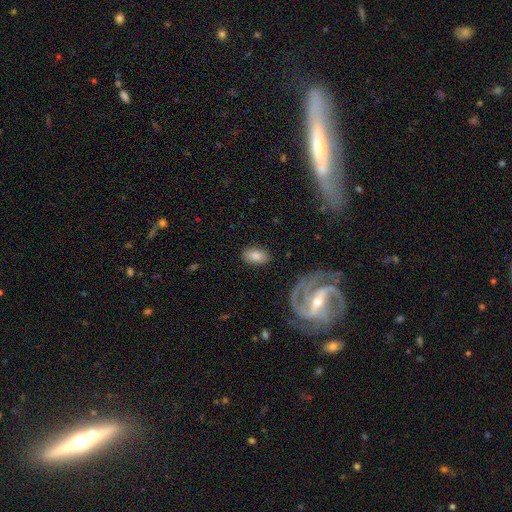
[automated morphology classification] type=smooth (76%); roundness=in between (92%); merging=none (84%).